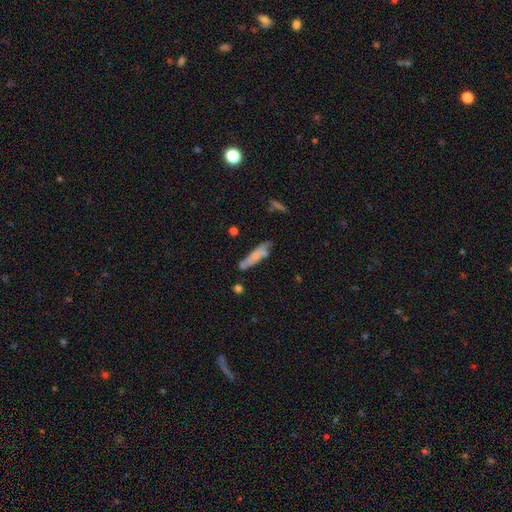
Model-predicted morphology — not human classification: Smooth or featured? Predicted: smooth (p=0.62). How rounded? Predicted: cigar-shaped (p=0.77). Merging? Predicted: none (p=0.61).